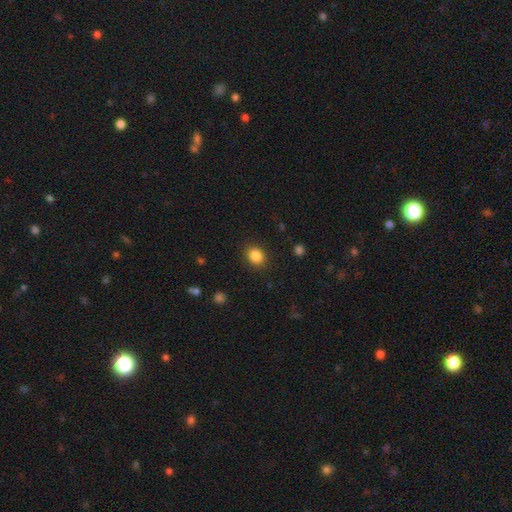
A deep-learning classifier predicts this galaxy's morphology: A smooth galaxy with no disk features (86%) that is round (59%). Merging: none (88%).